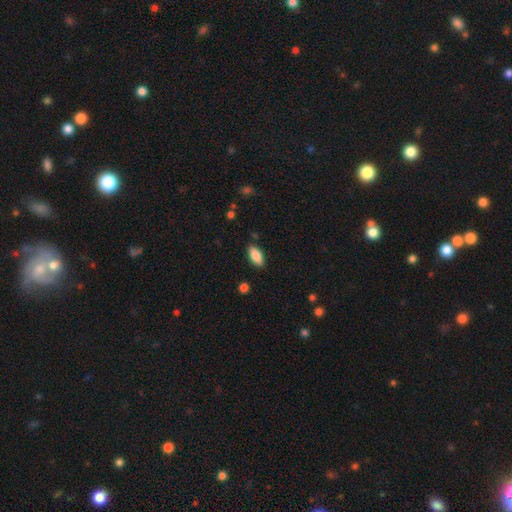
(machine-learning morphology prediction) smooth-or-featured: smooth: 84% | featured or disk: 9% | star or artifact: 7%
  how-rounded: in between: 88% | cigar-shaped: 10% | round: 2%
  merging: none: 87% | minor disturbance: 10% | major disturbance: 2% | merger: 1%